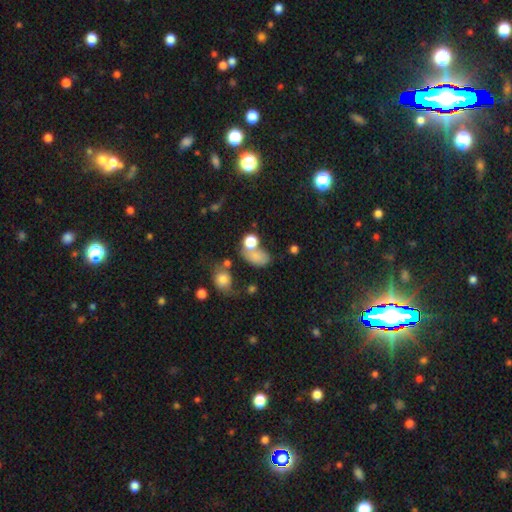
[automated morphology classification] type=smooth (74%); roundness=in between (73%); merging=none (40%).